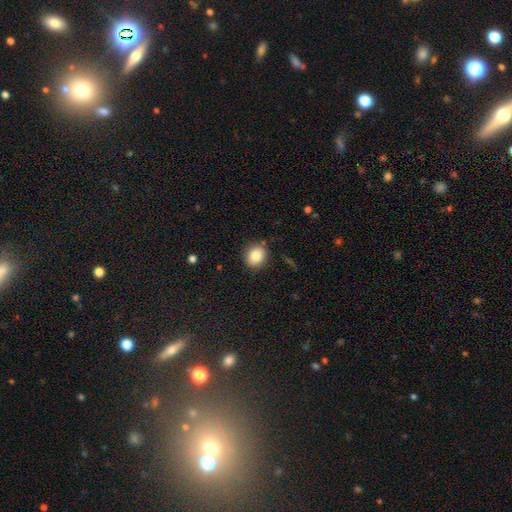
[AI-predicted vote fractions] smooth_or_featured: smooth (p=0.84) [alt: star or artifact p=0.09]
how_rounded: round (p=0.82) [alt: in between p=0.17]
merging: none (p=0.87) [alt: minor disturbance p=0.09]